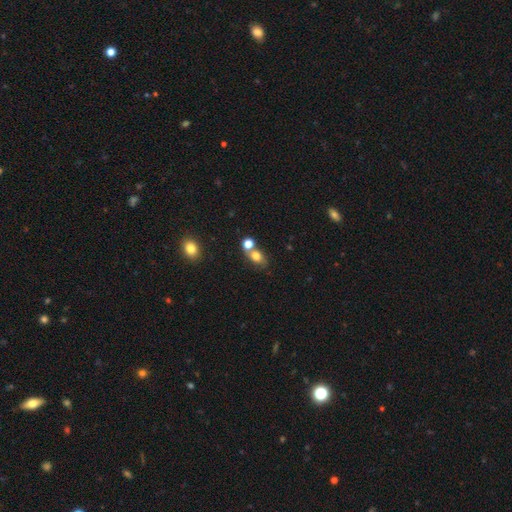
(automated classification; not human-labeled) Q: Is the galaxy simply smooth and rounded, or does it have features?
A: smooth — 75%.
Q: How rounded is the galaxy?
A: in between — 57%.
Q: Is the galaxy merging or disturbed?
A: none — 47%.